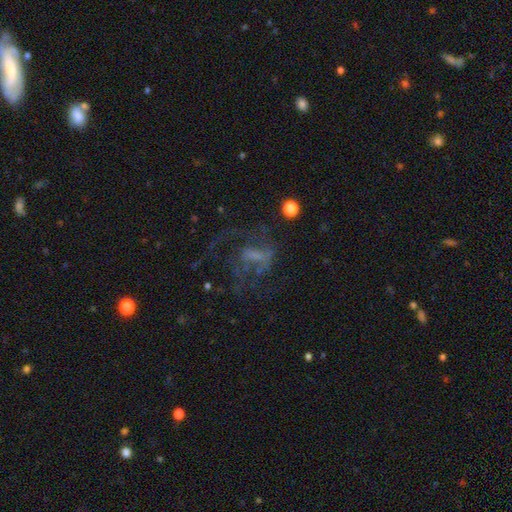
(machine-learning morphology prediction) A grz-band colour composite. It shows a featured or disk galaxy (60%) with no bar (53%), spiral arms (58%) and no central bulge (50%). Merging: major disturbance (43%).